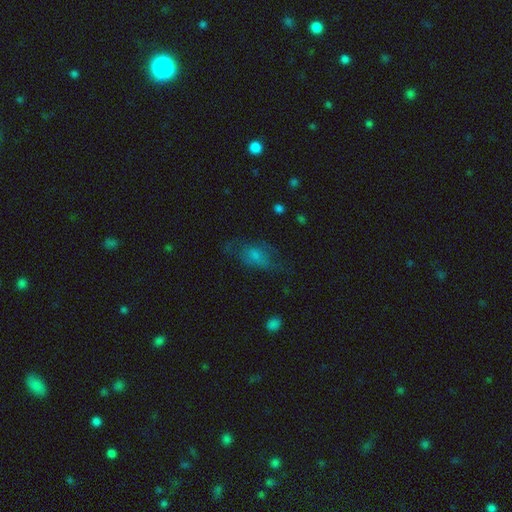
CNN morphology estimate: type=smooth (53%); roundness=in between (85%); merging=none (46%).